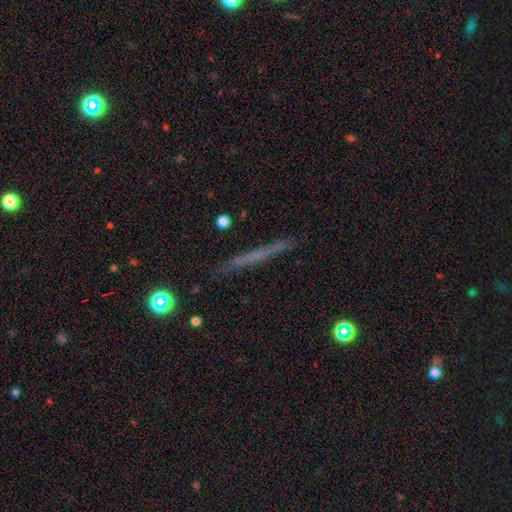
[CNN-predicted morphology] This appears to be a featured or disk galaxy (50%) viewed edge-on (96%). Merging: none (89%).